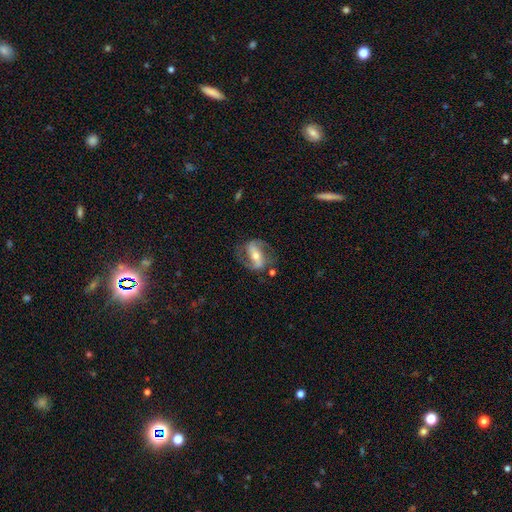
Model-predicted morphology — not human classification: A featured or disk galaxy (83%) with a strong bar (62%), 2 (89%) medium (47%) spiral arms (90%) and a moderate central bulge (54%).

Vote fractions:
- Smooth or featured? featured or disk: 83% / smooth: 12% / star or artifact: 6%
- Edge-on disk? no: 94% / yes: 6%
- Bar? strong: 62% / weak: 23% / no: 15%
- Spiral arms? yes: 90% / no: 10%
- Spiral winding? medium: 47% / loose: 33% / tight: 21%
- Spiral arm count? 2: 89% / can't tell: 5% / 1: 3% / 3: 1% / 4: 1% / more than 4: 1%
- Bulge size? moderate: 54% / small: 40% / large: 4% / none: 1% / dominant: 1%
- Merging? none: 73% / minor disturbance: 15% / major disturbance: 9% / merger: 2%